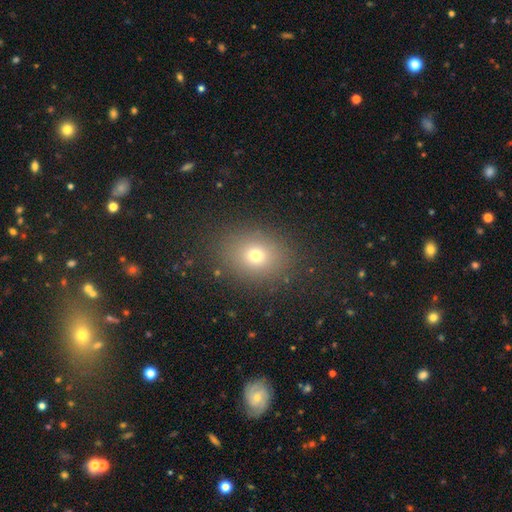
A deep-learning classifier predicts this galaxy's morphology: type=smooth (70%); roundness=round (53%); merging=none (85%).